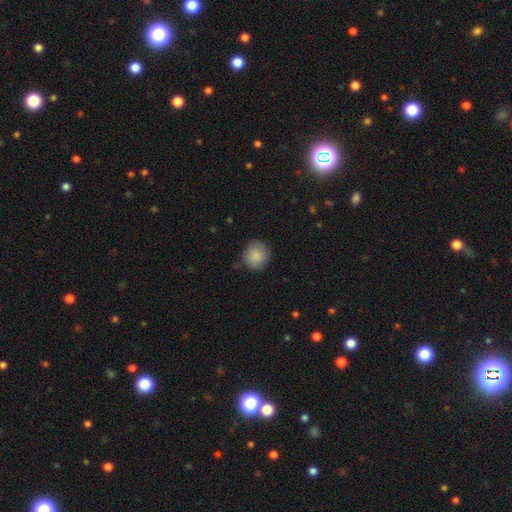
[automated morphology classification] smooth 87%, star or artifact 7%, featured or disk 6%. Down the decision tree: how rounded — round (89%); merging — none (84%).